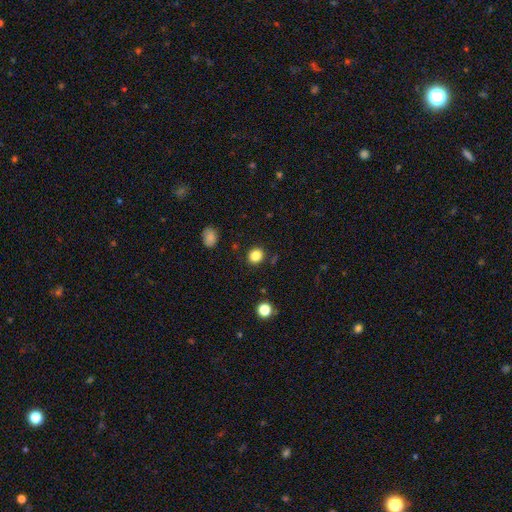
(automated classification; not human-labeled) smooth-or-featured: smooth: 84% | star or artifact: 11% | featured or disk: 4%
  how-rounded: round: 75% | in between: 24% | cigar-shaped: 1%
  merging: none: 88% | minor disturbance: 7% | major disturbance: 2% | merger: 2%